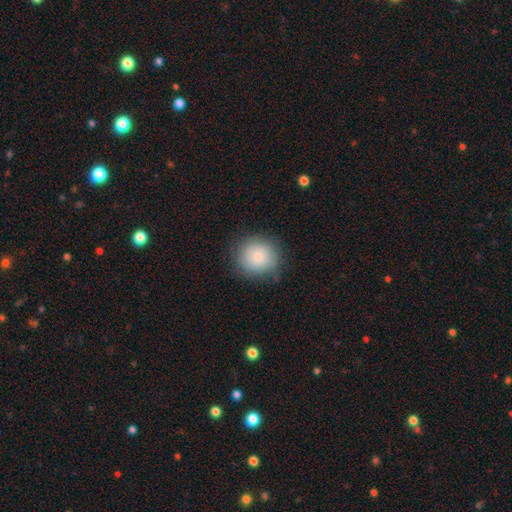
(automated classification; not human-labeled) Smooth or featured? Predicted: smooth (p=0.81). How rounded? Predicted: round (p=0.89). Merging? Predicted: none (p=0.81).